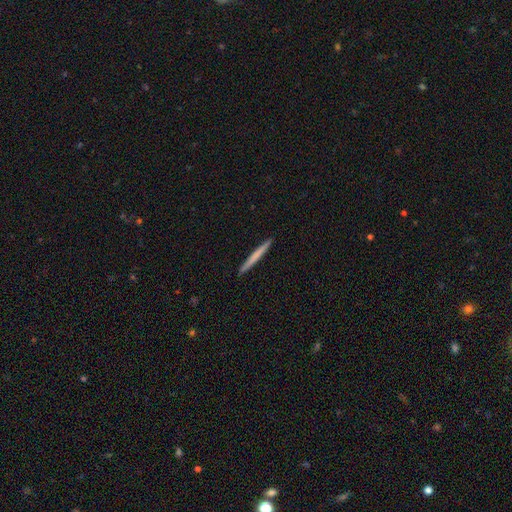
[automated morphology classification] Overall: smooth (62%; featured or disk 33%). How rounded: cigar-shaped (97%). Merging: none (93%).